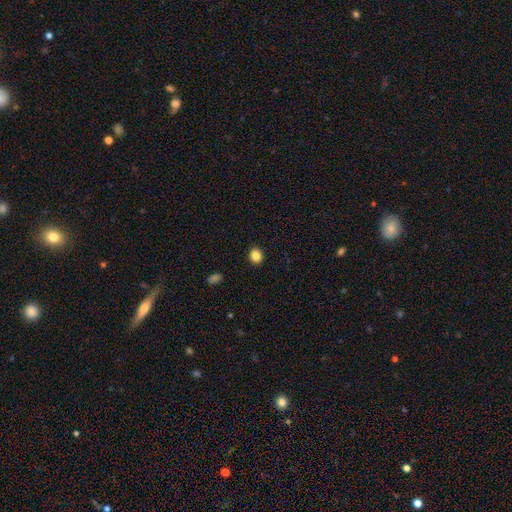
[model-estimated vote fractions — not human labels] Overall: smooth (85%). How rounded: round (58%; in between 41%). Merging: none (91%).